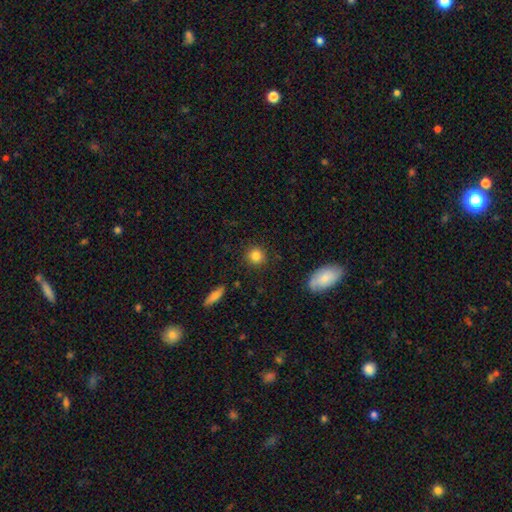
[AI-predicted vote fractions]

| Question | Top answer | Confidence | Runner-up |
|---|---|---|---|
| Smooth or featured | smooth | 85% | star or artifact (10%) |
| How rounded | round | 90% | in between (9%) |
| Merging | none | 89% | minor disturbance (7%) |